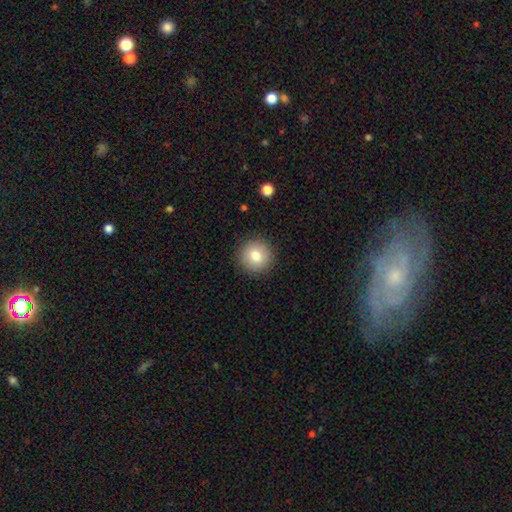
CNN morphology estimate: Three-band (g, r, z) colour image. It shows a smooth galaxy with no disk features (79%) that is round (94%). Merging: none (91%).